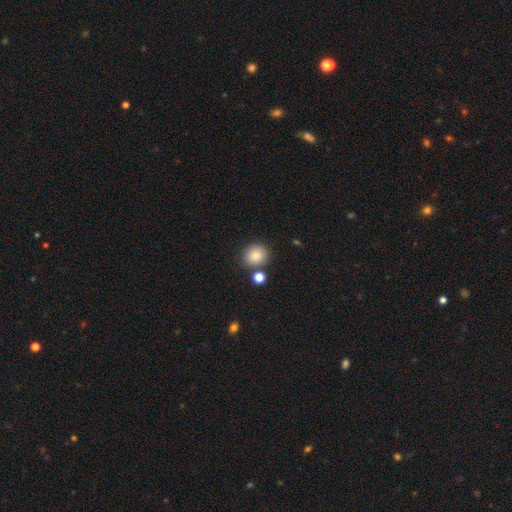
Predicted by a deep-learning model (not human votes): smooth-or-featured: smooth: 85% | star or artifact: 9% | featured or disk: 6%
  how-rounded: round: 76% | in between: 23% | cigar-shaped: 1%
  merging: none: 76% | minor disturbance: 10% | merger: 10% | major disturbance: 3%